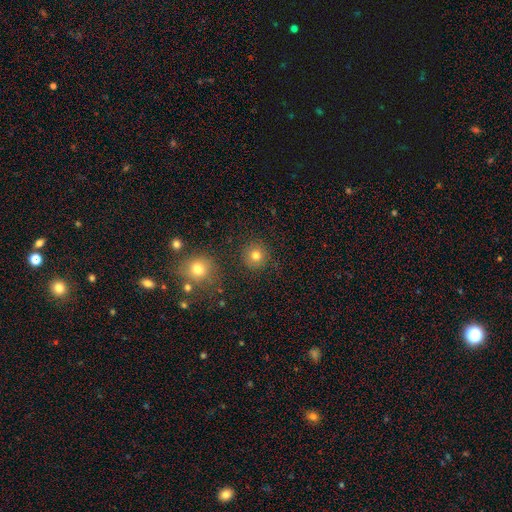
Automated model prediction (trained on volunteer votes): A smooth galaxy with no disk features (79%) that is round (94%).

Vote fractions:
- Smooth or featured? smooth: 79% / star or artifact: 13% / featured or disk: 8%
- How rounded? round: 94% / in between: 5% / cigar-shaped: 1%
- Merging? none: 89% / minor disturbance: 6% / merger: 3% / major disturbance: 2%